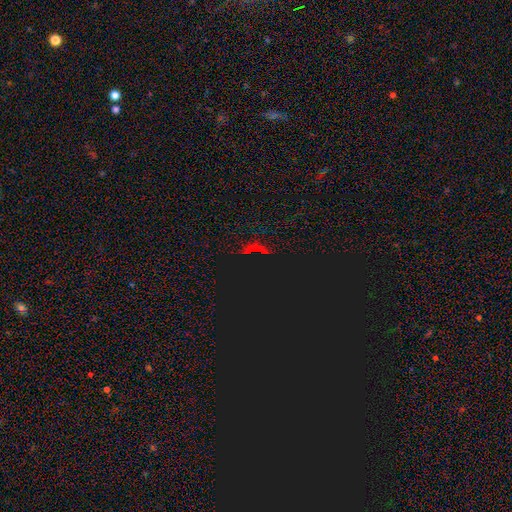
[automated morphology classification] smooth_or_featured: star or artifact (p=0.78) [alt: smooth p=0.14]